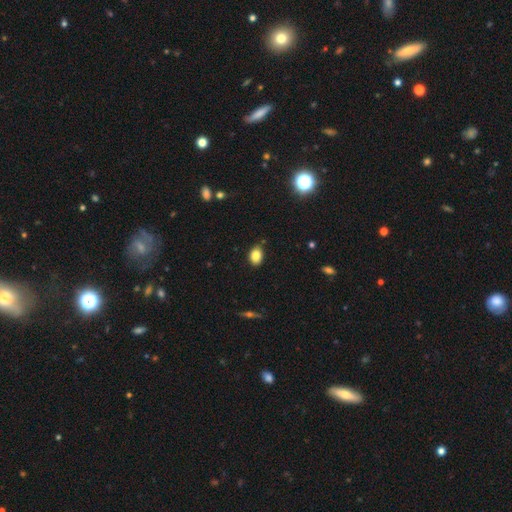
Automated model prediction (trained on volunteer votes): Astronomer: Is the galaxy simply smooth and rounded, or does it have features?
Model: smooth — 84%.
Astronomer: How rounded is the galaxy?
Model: in between — 75%.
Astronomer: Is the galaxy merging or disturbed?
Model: none — 82%.